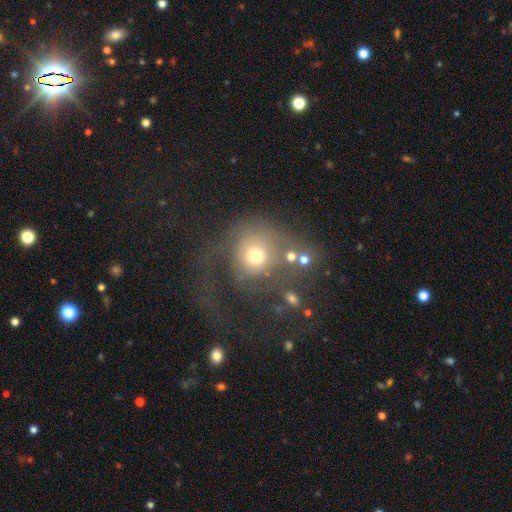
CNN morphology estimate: smooth_or_featured: smooth (p=0.56) [alt: featured or disk p=0.29]
how_rounded: round (p=0.84) [alt: in between p=0.15]
merging: major disturbance (p=0.46) [alt: none p=0.29]